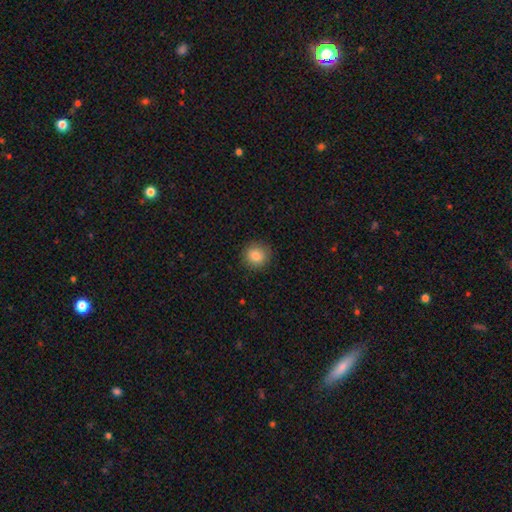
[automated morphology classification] Q: Smooth or featured?
A: smooth (84%); runner-up: star or artifact (10%)
Q: How rounded?
A: round (92%); runner-up: in between (7%)
Q: Merging?
A: none (89%); runner-up: minor disturbance (8%)